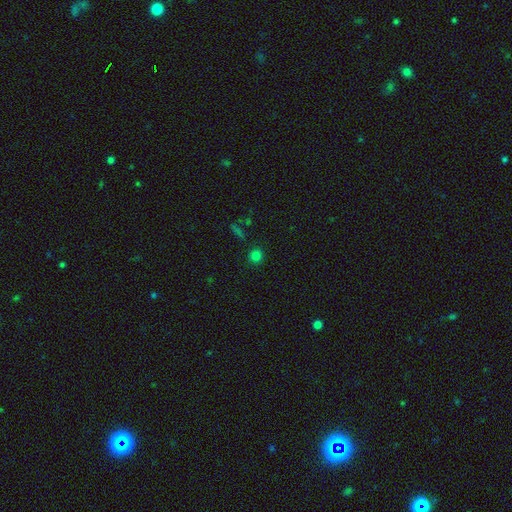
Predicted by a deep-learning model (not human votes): Morphology: type=smooth (79%); roundness=round (91%); merging=none (88%).